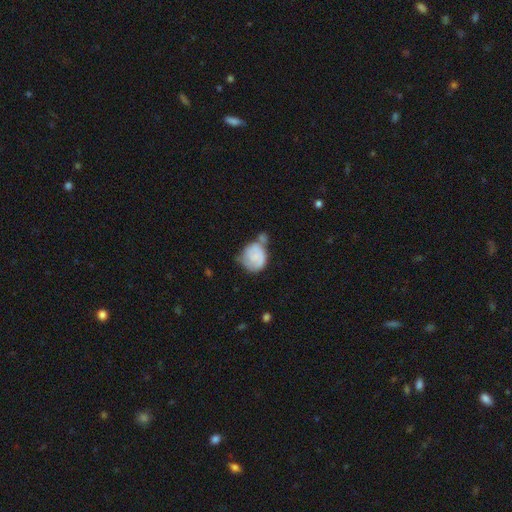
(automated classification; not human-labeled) Morphology: type=smooth (60%); roundness=round (66%); merging=merger (29%).